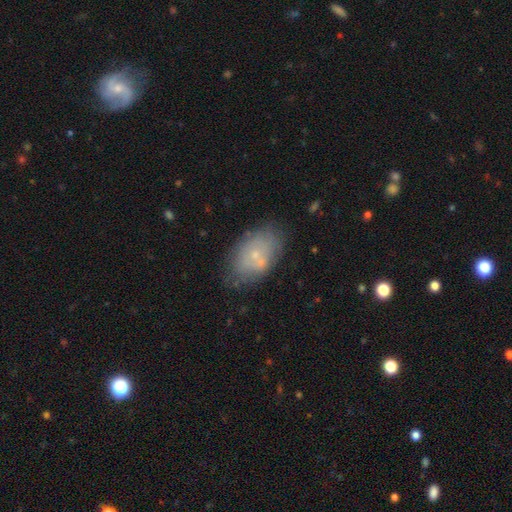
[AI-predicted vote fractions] This appears to be a smooth galaxy with no disk features (50%) that is in between round and cigar-shaped (89%). Merging: none (63%).